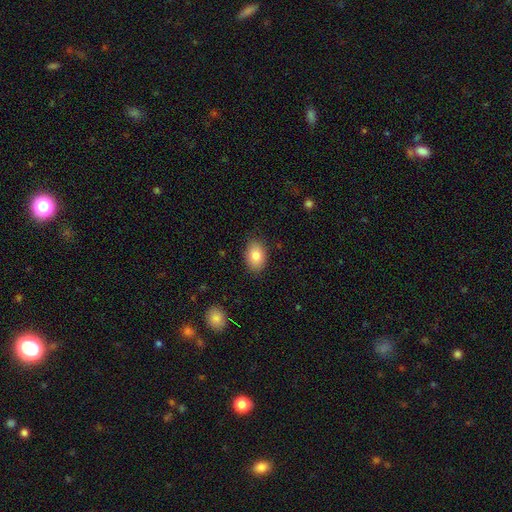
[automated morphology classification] A smooth galaxy with no disk features (83%) that is in between round and cigar-shaped (84%).

Vote fractions:
- Smooth or featured? smooth: 83% / featured or disk: 10% / star or artifact: 8%
- How rounded? in between: 84% / round: 15% / cigar-shaped: 1%
- Merging? none: 86% / minor disturbance: 11% / major disturbance: 2% / merger: 1%